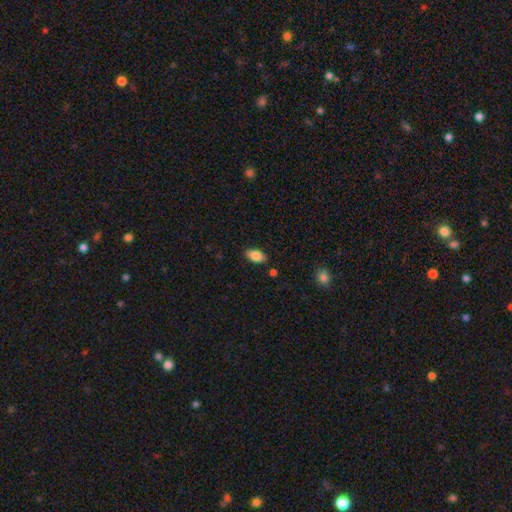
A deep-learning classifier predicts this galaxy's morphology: Smooth or featured? Predicted: smooth (p=0.84). How rounded? Predicted: in between (p=0.93). Merging? Predicted: none (p=0.85).